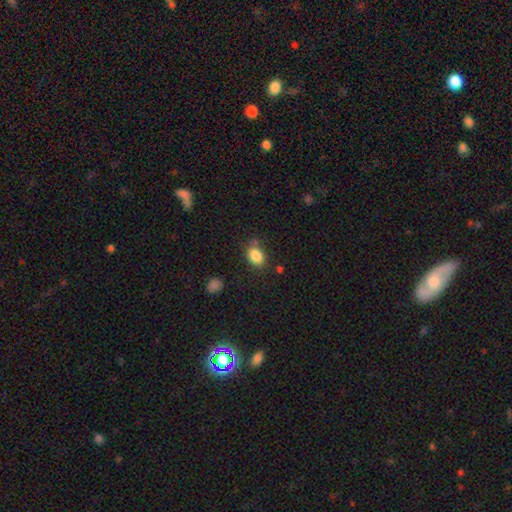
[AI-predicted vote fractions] smooth-or-featured: smooth: 85% | star or artifact: 9% | featured or disk: 6%
  how-rounded: in between: 74% | round: 25% | cigar-shaped: 1%
  merging: none: 69% | minor disturbance: 20% | merger: 5% | major disturbance: 5%